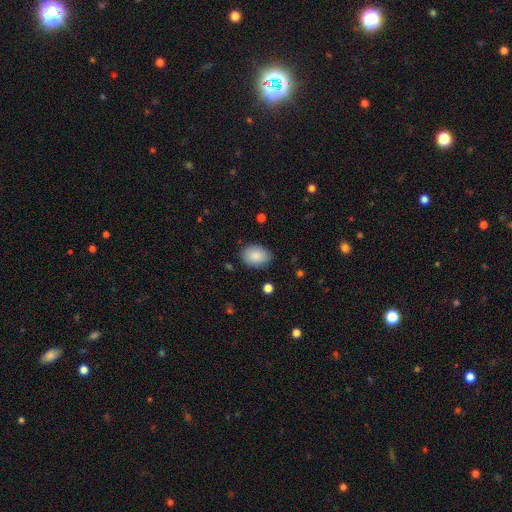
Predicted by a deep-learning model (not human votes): A smooth galaxy with no disk features (88%) that is in between round and cigar-shaped (78%).

Vote fractions:
- Smooth or featured? smooth: 88% / star or artifact: 7% / featured or disk: 5%
- How rounded? in between: 78% / round: 21% / cigar-shaped: 1%
- Merging? none: 84% / minor disturbance: 12% / major disturbance: 3% / merger: 1%